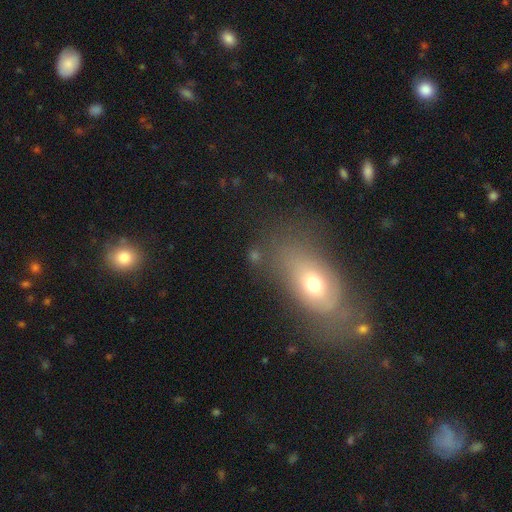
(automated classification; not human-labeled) This appears to be a smooth galaxy with no disk features (57%) that is in between round and cigar-shaped (66%). Merging: none (55%).